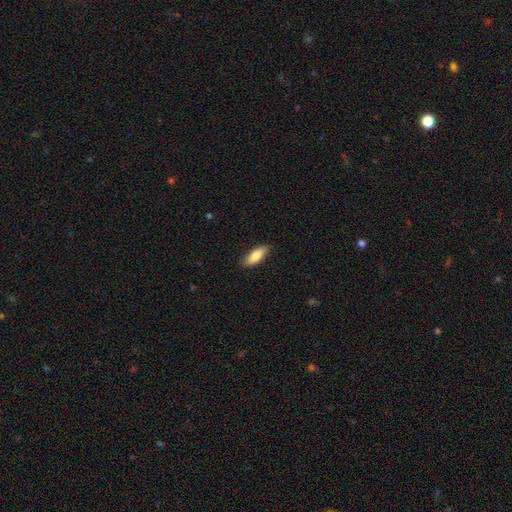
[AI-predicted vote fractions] Overall: smooth (79%). How rounded: in between (66%; cigar-shaped 32%). Merging: none (84%).